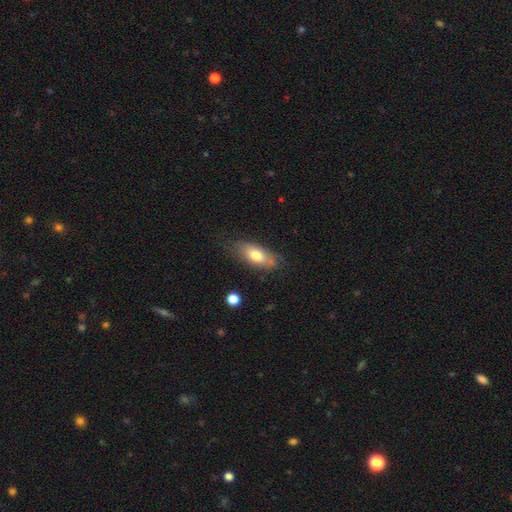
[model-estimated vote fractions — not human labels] The model was most divided on "merging": none: 68%, minor disturbance: 22%, major disturbance: 7%, merger: 4%. More confident: how rounded — in between (83%); smooth or featured — smooth (71%).